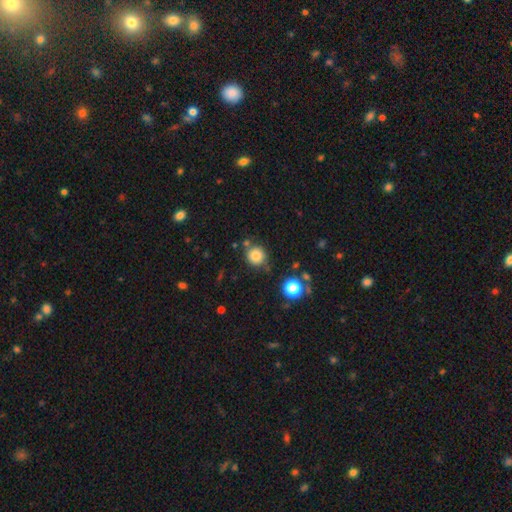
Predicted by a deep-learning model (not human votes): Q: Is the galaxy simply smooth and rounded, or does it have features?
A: smooth — 82%.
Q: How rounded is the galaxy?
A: round — 92%.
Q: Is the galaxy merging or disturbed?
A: none — 75%.